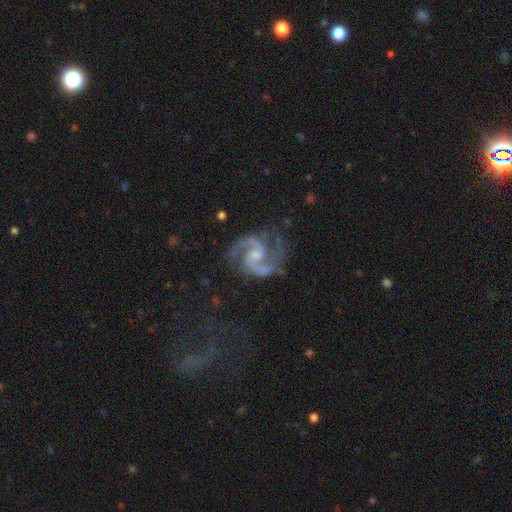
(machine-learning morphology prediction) smooth_or_featured: featured or disk (p=0.93) [alt: star or artifact p=0.05]
disk_edge_on: no (p=0.98) [alt: yes p=0.02]
bar: no (p=0.46) [alt: weak p=0.44]
has_spiral_arms: yes (p=0.99) [alt: no p=0.01]
spiral_winding: medium (p=0.67) [alt: loose p=0.18]
spiral_arm_count: 2 (p=0.92) [alt: 3 p=0.03]
bulge_size: small (p=0.53) [alt: moderate p=0.34]
merging: none (p=0.74) [alt: minor disturbance p=0.17]